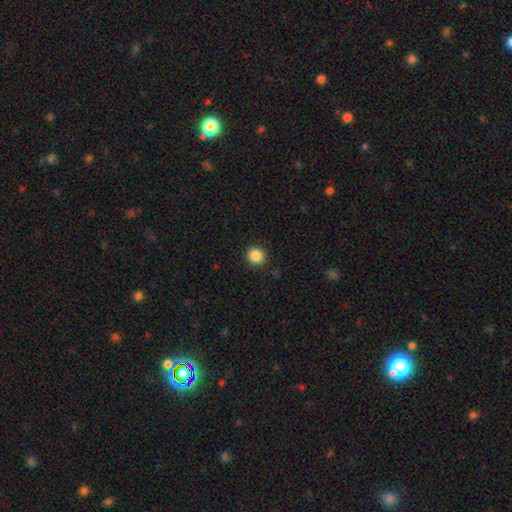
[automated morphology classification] smooth-or-featured: smooth: 87% | star or artifact: 10% | featured or disk: 4%
  how-rounded: round: 94% | in between: 5% | cigar-shaped: 1%
  merging: none: 92% | minor disturbance: 5% | major disturbance: 2% | merger: 1%